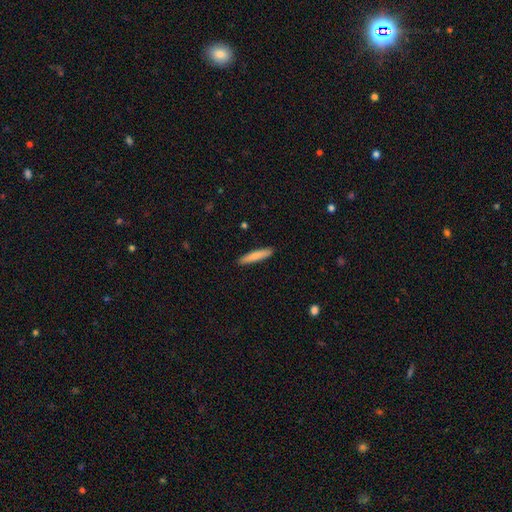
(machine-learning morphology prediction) The model was most divided on "smooth or featured": smooth: 79%, featured or disk: 16%, star or artifact: 6%. More confident: how rounded — cigar-shaped (91%); merging — none (90%).